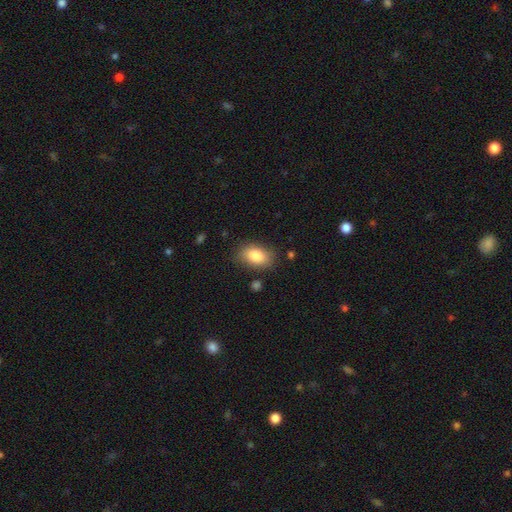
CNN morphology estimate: The model was most divided on "merging": none: 80%, minor disturbance: 14%, major disturbance: 4%, merger: 2%. More confident: how rounded — in between (88%); smooth or featured — smooth (85%).